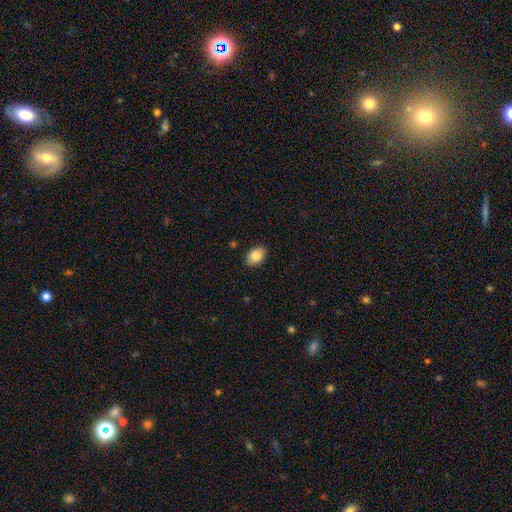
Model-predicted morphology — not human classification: This appears to be a smooth galaxy with no disk features (85%) that is in between round and cigar-shaped (84%). Merging: none (87%).